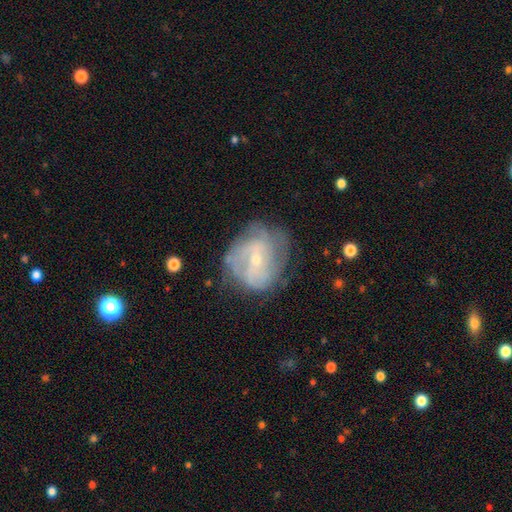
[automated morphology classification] featured or disk 71%, smooth 19%, star or artifact 10%. Down the decision tree: edge-on disk — no (97%); bar — no (44%); spiral arms — yes (82%); spiral arm count — can't tell (45%); spiral winding — tight (51%); bulge size — small (69%); merging — none (67%).